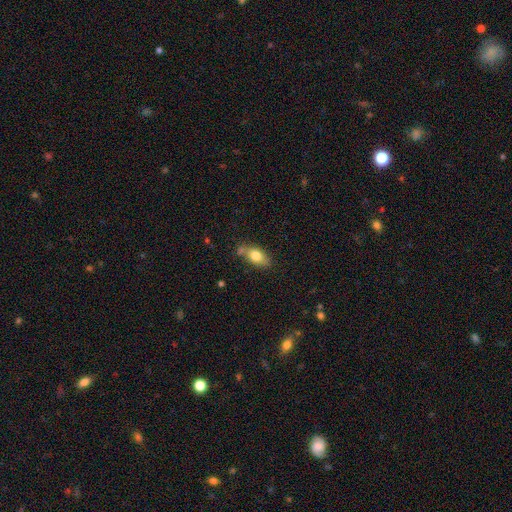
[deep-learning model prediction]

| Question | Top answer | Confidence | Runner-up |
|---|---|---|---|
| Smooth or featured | smooth | 78% | featured or disk (14%) |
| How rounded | in between | 85% | round (8%) |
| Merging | none | 62% | minor disturbance (20%) |